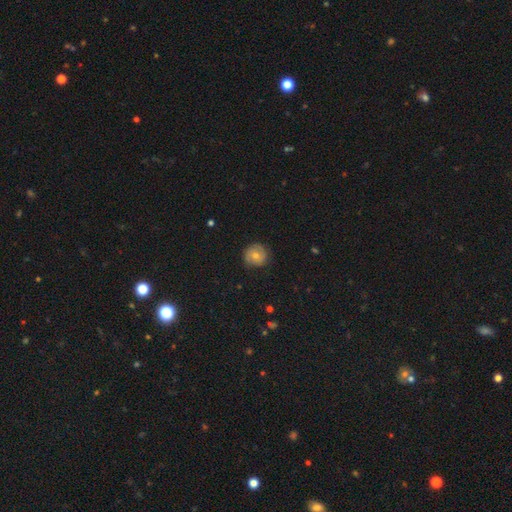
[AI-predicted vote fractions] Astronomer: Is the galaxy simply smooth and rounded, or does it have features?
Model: smooth — 59%.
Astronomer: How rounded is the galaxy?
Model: round — 91%.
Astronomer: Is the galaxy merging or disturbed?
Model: none — 80%.